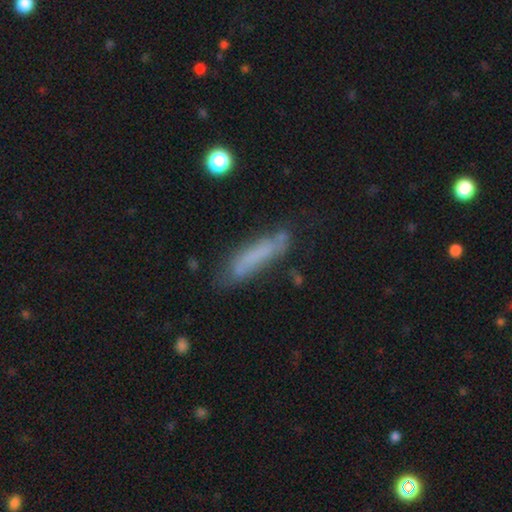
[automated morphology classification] type=smooth (58%); roundness=cigar-shaped (81%); merging=none (63%).